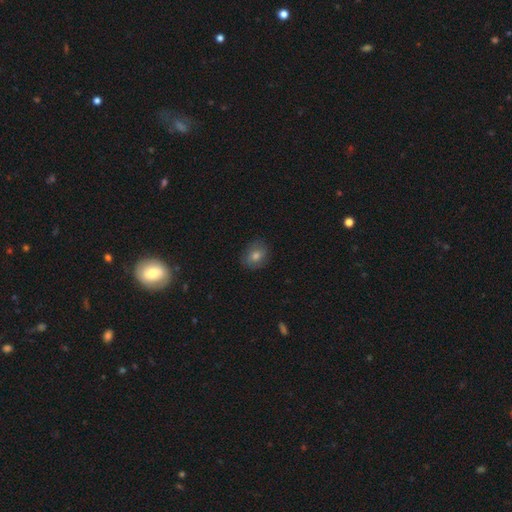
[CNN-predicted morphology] A smooth galaxy with no disk features (68%) that is round (59%). Merging: none (84%).